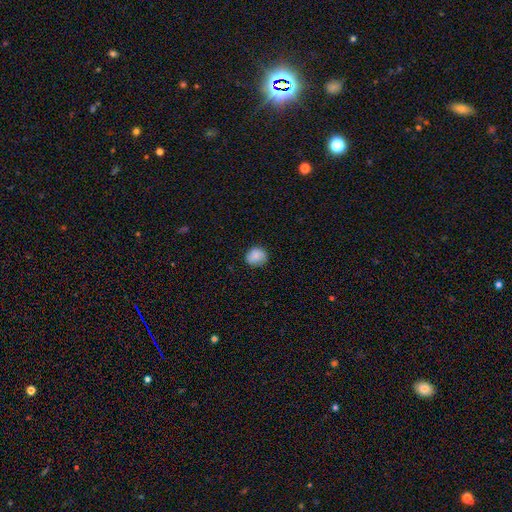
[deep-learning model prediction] Smooth or featured? Predicted: smooth (p=0.84). How rounded? Predicted: round (p=0.80). Merging? Predicted: none (p=0.82).